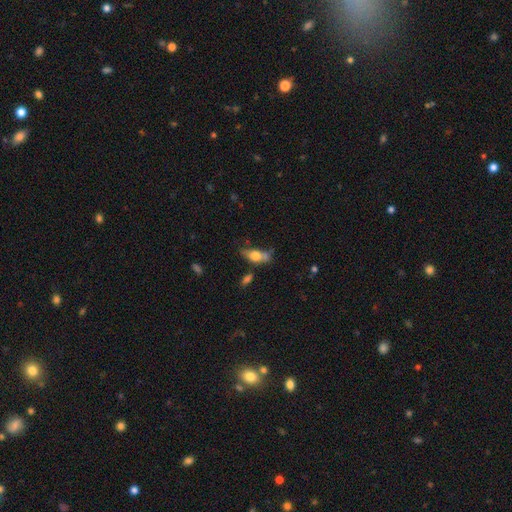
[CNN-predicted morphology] Smooth or featured? smooth (65%)
How rounded? in between (76%)
Merging? none (42%)